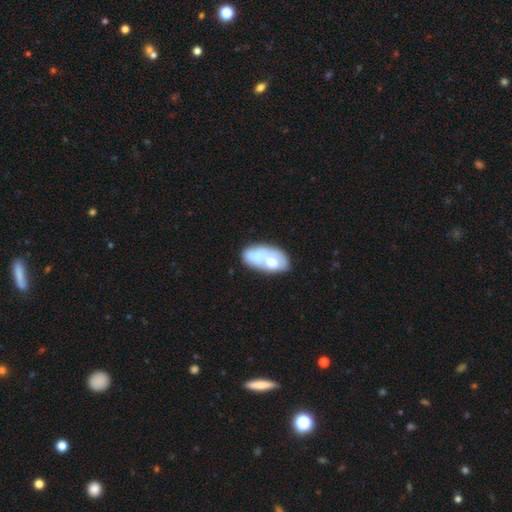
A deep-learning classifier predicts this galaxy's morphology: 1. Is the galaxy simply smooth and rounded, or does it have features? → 54% smooth, 39% featured or disk, 7% star or artifact.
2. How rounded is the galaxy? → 90% in between, 7% round, 2% cigar-shaped.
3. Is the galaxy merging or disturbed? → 35% merger, 27% none, 20% minor disturbance, 18% major disturbance.